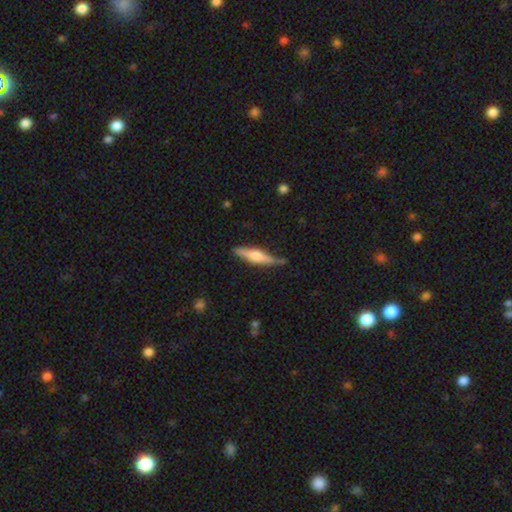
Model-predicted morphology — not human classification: smooth-or-featured: featured or disk: 59% | smooth: 36% | star or artifact: 6%
  disk-edge-on: yes: 96% | no: 4%
    edge-on-bulge: rounded: 79% | boxy: 15% | none: 6%
  merging: none: 79% | minor disturbance: 16% | major disturbance: 3% | merger: 2%